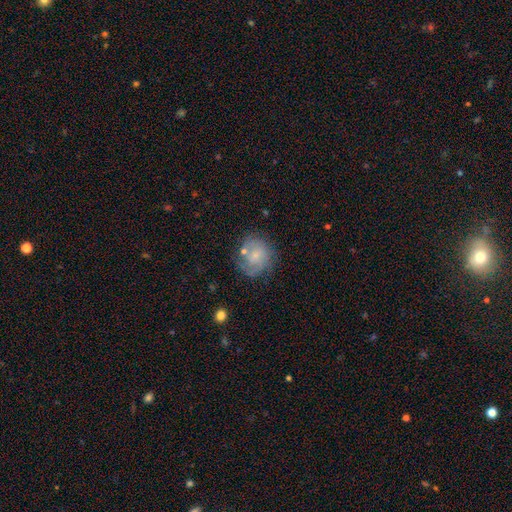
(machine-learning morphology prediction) The model was most divided on "smooth or featured": smooth: 48%, featured or disk: 43%, star or artifact: 9%. More confident: merging — none (59%).